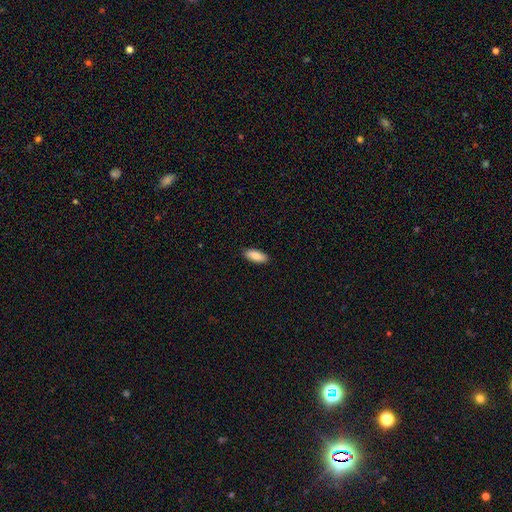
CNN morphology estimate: Smooth or featured?
  - smooth: 86% *
  - featured or disk: 9%
  - star or artifact: 6%
How rounded?
  - in between: 82% *
  - cigar-shaped: 17%
  - round: 2%
Merging?
  - none: 90% *
  - minor disturbance: 8%
  - major disturbance: 2%
  - merger: 1%